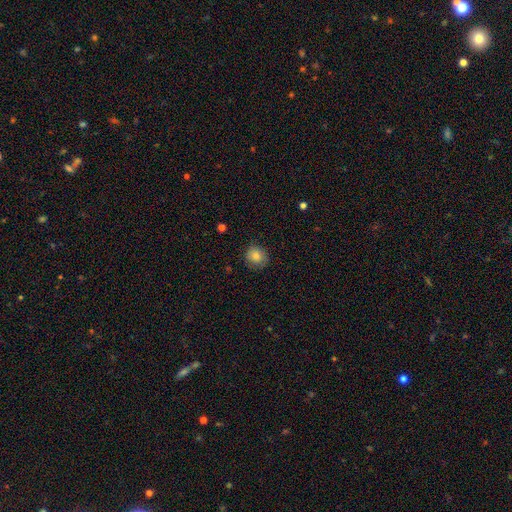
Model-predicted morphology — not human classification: smooth-or-featured: smooth: 82% | star or artifact: 9% | featured or disk: 9%
  how-rounded: round: 82% | in between: 17% | cigar-shaped: 1%
  merging: none: 82% | minor disturbance: 14% | major disturbance: 3% | merger: 1%